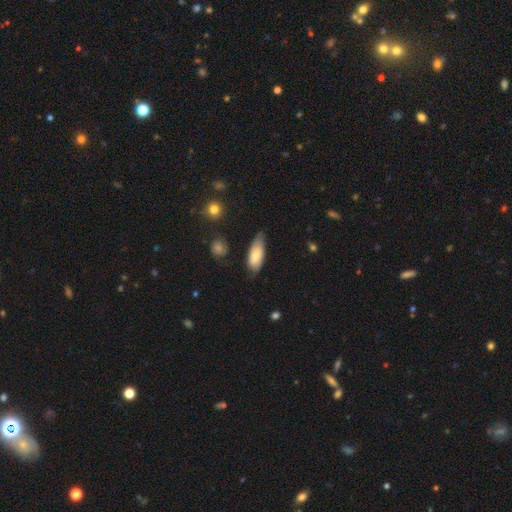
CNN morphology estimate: A smooth galaxy with no disk features (73%) that is in between round and cigar-shaped (81%).

Vote fractions:
- Smooth or featured? smooth: 73% / featured or disk: 21% / star or artifact: 6%
- How rounded? in between: 81% / cigar-shaped: 17% / round: 2%
- Merging? none: 56% / minor disturbance: 35% / major disturbance: 7% / merger: 2%